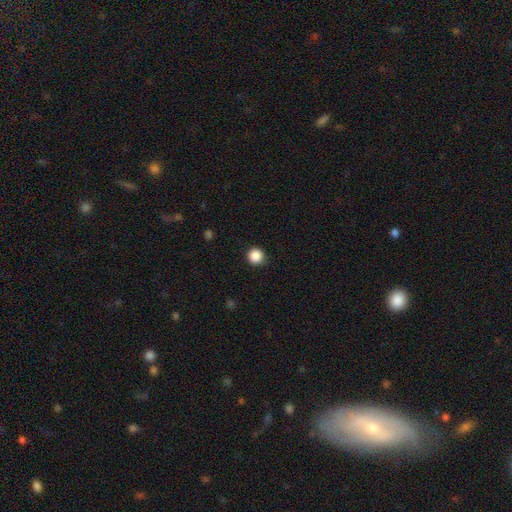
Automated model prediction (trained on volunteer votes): Overall: smooth (88%). How rounded: round (95%). Merging: none (91%).